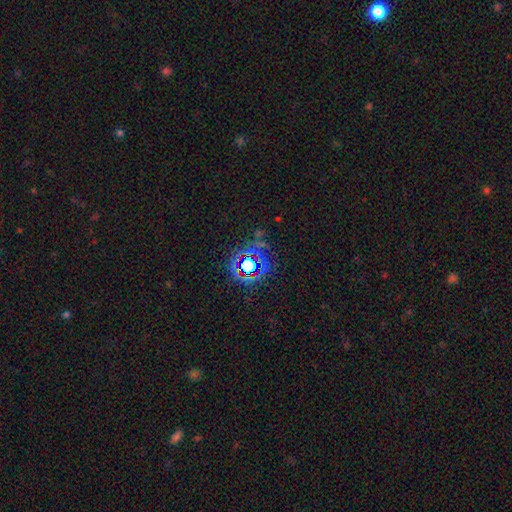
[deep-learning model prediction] Overall: star or artifact (75%).